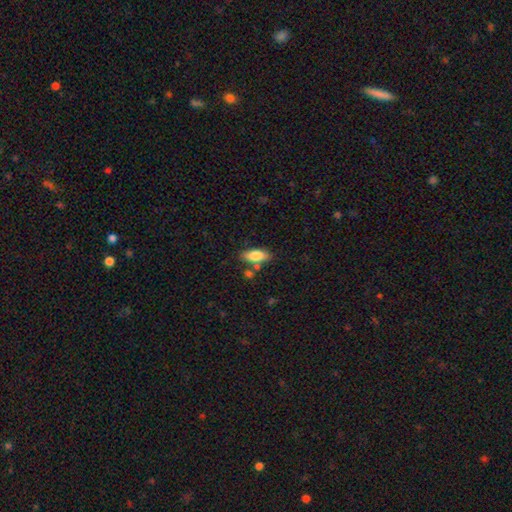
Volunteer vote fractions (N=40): This appears to be a smooth galaxy with no disk features (82%) that is in between round and cigar-shaped (88%). Merging: none (76%).